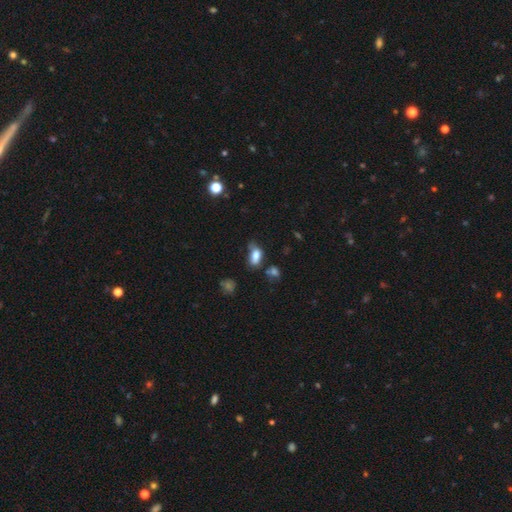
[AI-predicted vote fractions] A smooth galaxy with no disk features (78%) that is in between round and cigar-shaped (88%).

Vote fractions:
- Smooth or featured? smooth: 78% / featured or disk: 11% / star or artifact: 10%
- How rounded? in between: 88% / round: 7% / cigar-shaped: 5%
- Merging? none: 42% / minor disturbance: 33% / major disturbance: 15% / merger: 10%